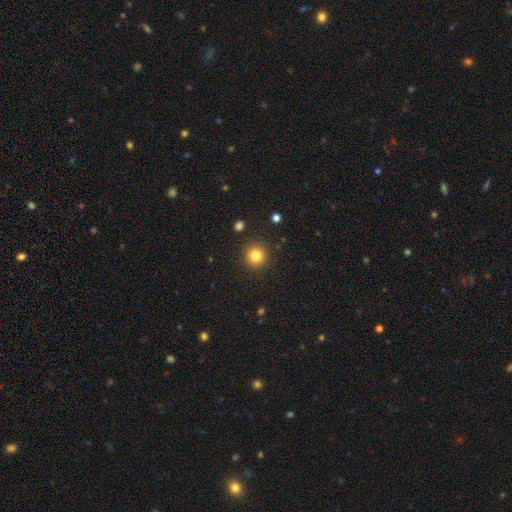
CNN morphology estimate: smooth_or_featured: smooth (p=0.83) [alt: star or artifact p=0.12]
how_rounded: round (p=0.93) [alt: in between p=0.06]
merging: none (p=0.90) [alt: minor disturbance p=0.06]